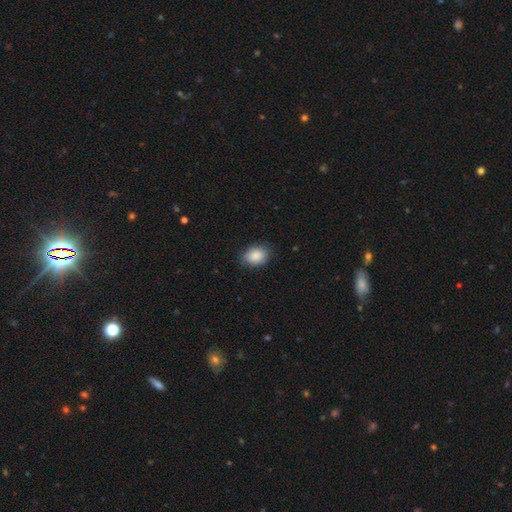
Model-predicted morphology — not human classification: Smooth or featured? Predicted: smooth (p=0.89). How rounded? Predicted: in between (p=0.70). Merging? Predicted: none (p=0.82).